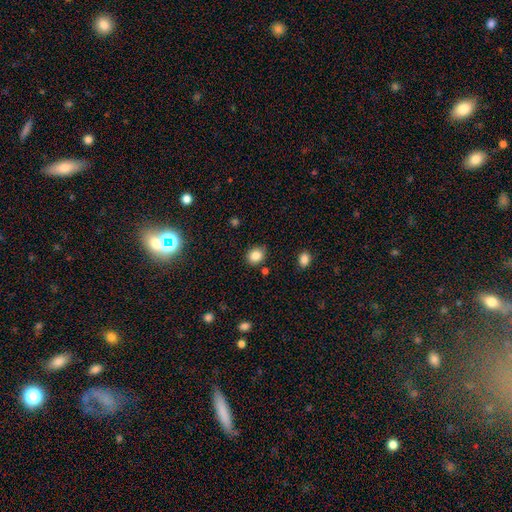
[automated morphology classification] Smooth or featured: smooth — 84% (star or artifact — 10%)
How rounded: round — 71% (in between — 28%)
Merging: none — 84% (minor disturbance — 10%)